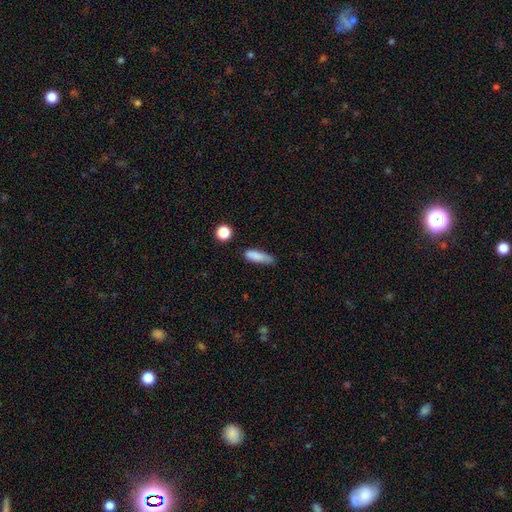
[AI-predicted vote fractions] smooth-or-featured: smooth: 84% | star or artifact: 9% | featured or disk: 8%
  how-rounded: cigar-shaped: 55% | in between: 42% | round: 3%
  merging: none: 61% | minor disturbance: 30% | major disturbance: 7% | merger: 3%